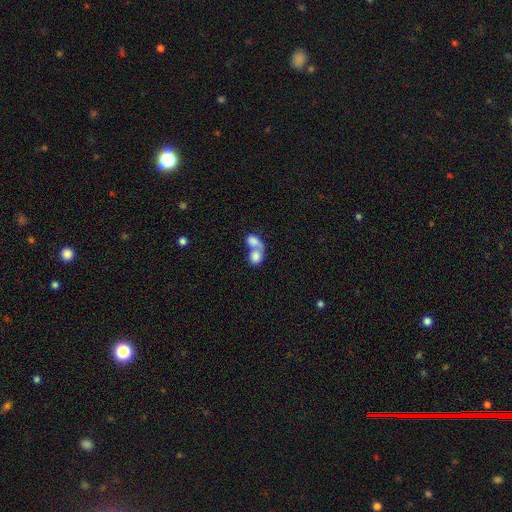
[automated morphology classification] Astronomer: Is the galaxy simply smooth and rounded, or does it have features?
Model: smooth — 76%.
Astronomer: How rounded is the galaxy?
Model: in between — 55% (runner-up: round, 43%).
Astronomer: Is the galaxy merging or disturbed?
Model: merger — 78%.